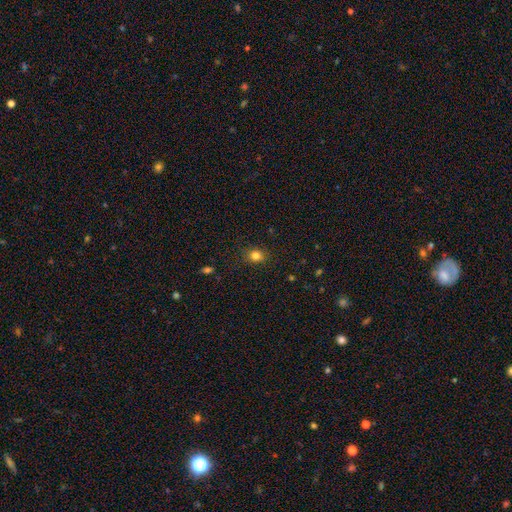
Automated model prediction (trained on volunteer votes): smooth 82%, star or artifact 13%, featured or disk 5%. Down the decision tree: how rounded — round (70%); merging — none (86%).